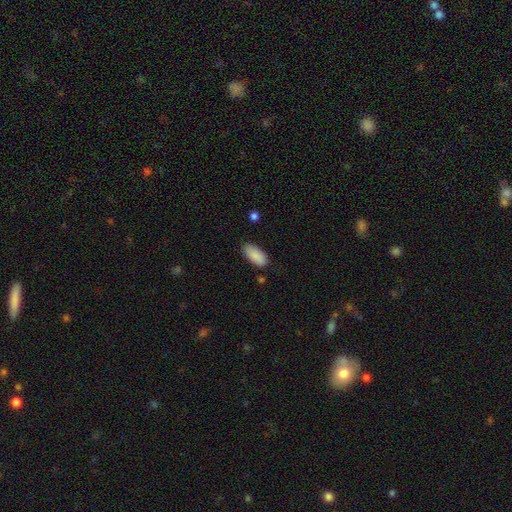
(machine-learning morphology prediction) Overall: smooth (89%). How rounded: in between (91%). Merging: none (82%).